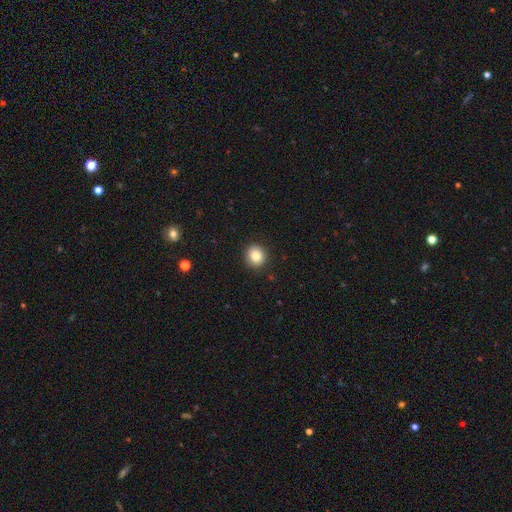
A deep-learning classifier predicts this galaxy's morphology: type=smooth (83%); roundness=round (89%); merging=none (92%).